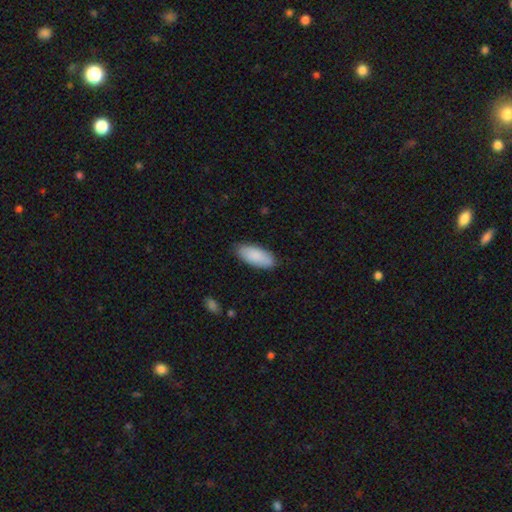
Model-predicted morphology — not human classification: Smooth or featured? Predicted: smooth (p=0.88). How rounded? Predicted: in between (p=0.86). Merging? Predicted: none (p=0.84).